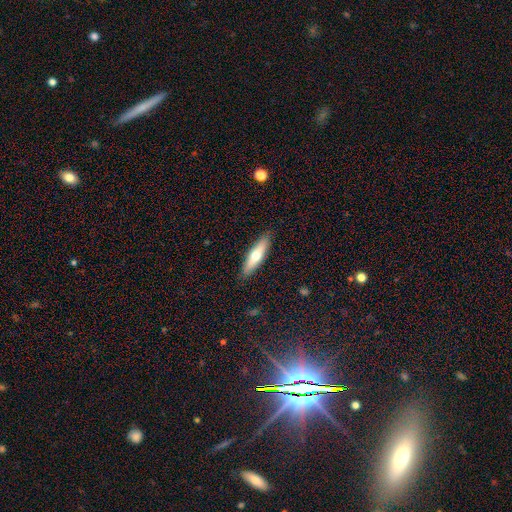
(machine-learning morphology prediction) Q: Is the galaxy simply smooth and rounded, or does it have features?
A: smooth — 58%.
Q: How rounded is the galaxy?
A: cigar-shaped — 66%.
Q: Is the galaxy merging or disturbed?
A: none — 88%.